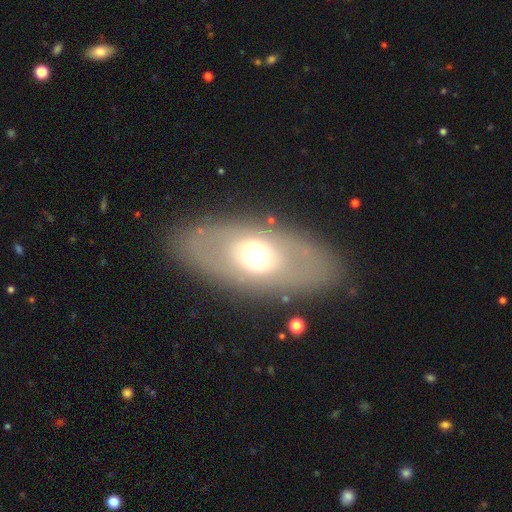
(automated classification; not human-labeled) Overall: featured or disk (48%; smooth 44%). Merging: none (84%).